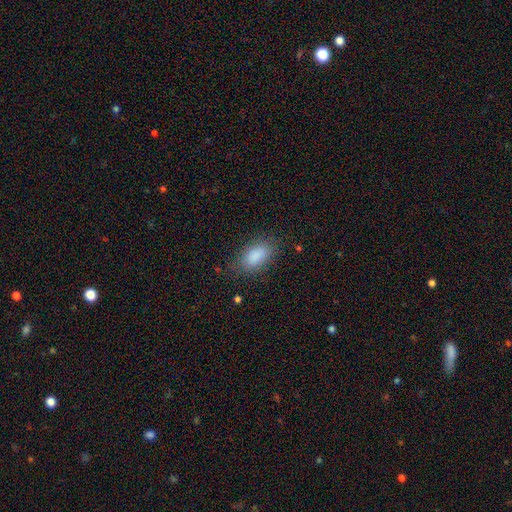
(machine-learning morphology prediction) Overall: smooth (87%). How rounded: in between (90%). Merging: none (80%).